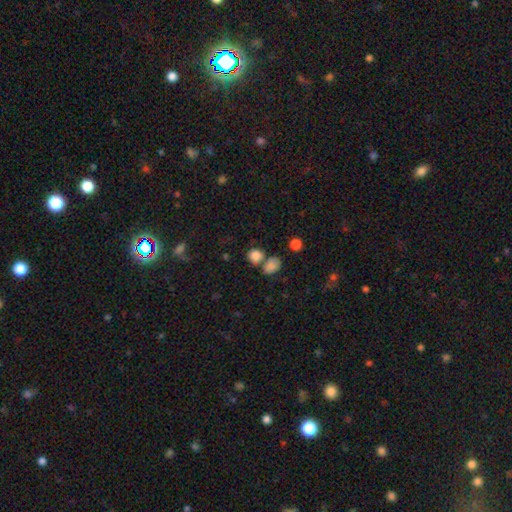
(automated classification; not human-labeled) Smooth or featured?
  - smooth: 83% *
  - star or artifact: 11%
  - featured or disk: 6%
How rounded?
  - round: 74% *
  - in between: 25%
  - cigar-shaped: 1%
Merging?
  - none: 56% *
  - merger: 28%
  - minor disturbance: 11%
  - major disturbance: 4%